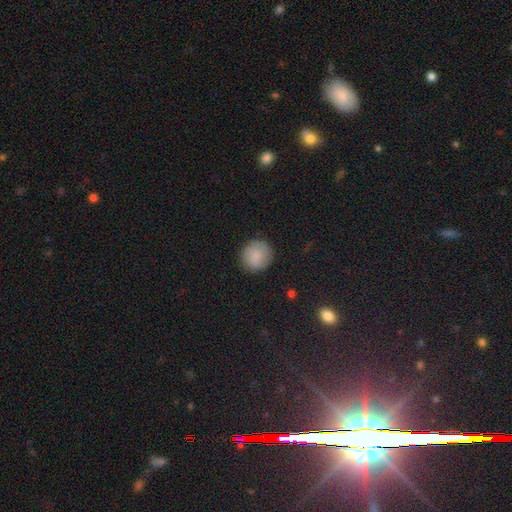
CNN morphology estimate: This is clearly a smooth galaxy (83%). How rounded: clearly round (92%). Merging: clearly none (86%).